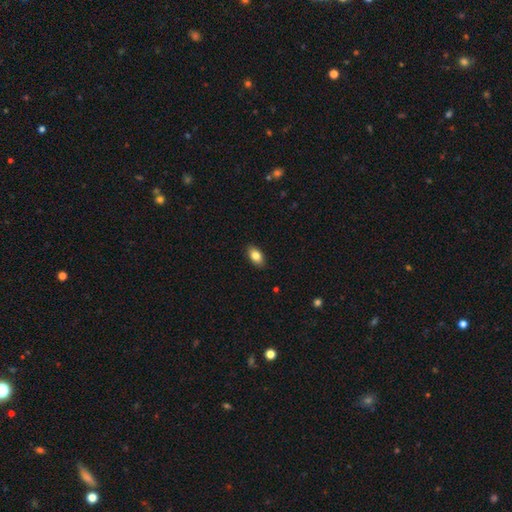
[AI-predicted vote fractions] The model was most divided on "smooth or featured": smooth: 83%, featured or disk: 10%, star or artifact: 7%. More confident: how rounded — in between (91%); merging — none (89%).